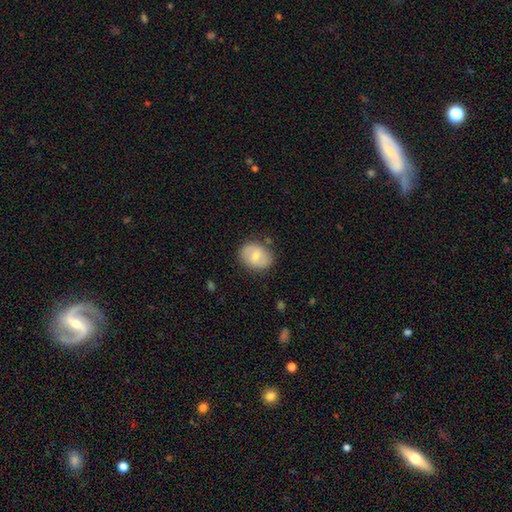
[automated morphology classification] Smooth or featured: smooth — 62% (featured or disk — 31%)
How rounded: in between — 54% (round — 45%)
Merging: none — 80% (minor disturbance — 14%)